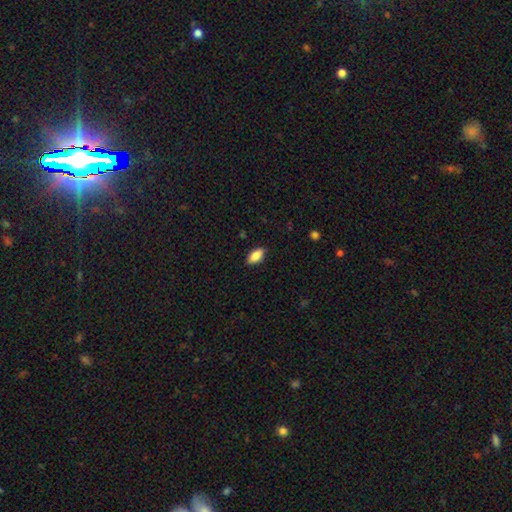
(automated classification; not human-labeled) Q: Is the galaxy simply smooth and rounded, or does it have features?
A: smooth — 82%.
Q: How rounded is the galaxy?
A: in between — 89%.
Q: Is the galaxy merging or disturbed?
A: none — 87%.